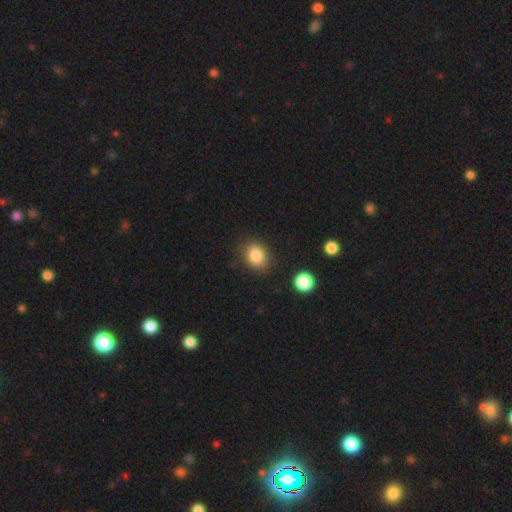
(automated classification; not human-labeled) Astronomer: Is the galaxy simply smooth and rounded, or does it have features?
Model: smooth — 85%.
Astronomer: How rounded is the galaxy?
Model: in between — 57% (runner-up: round, 42%).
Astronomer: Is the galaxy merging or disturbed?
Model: none — 82%.